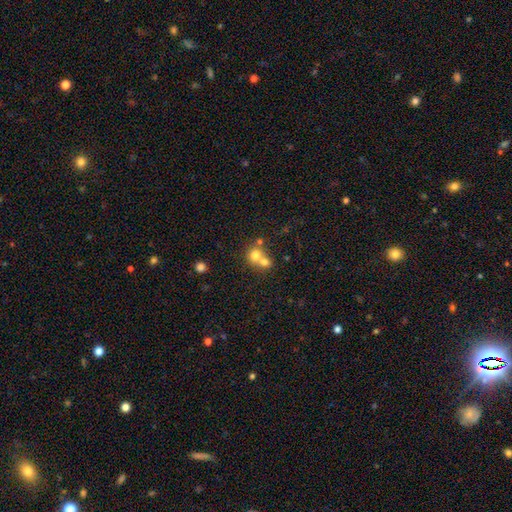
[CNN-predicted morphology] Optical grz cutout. It shows a smooth galaxy with no disk features (73%) that is round (78%). Merging: merger (64%).